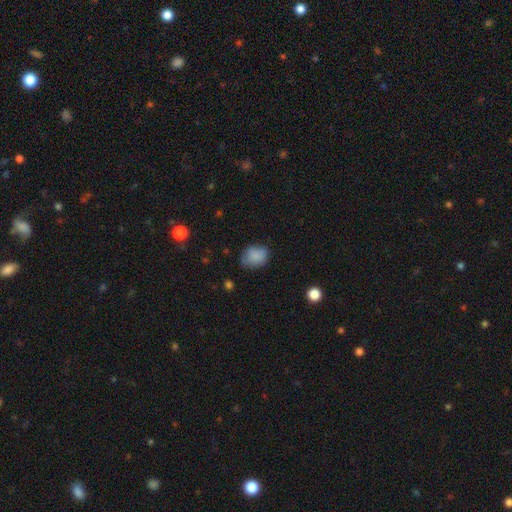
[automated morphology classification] A smooth galaxy with no disk features (85%) that is in between round and cigar-shaped (56%).

Vote fractions:
- Smooth or featured? smooth: 85% / star or artifact: 9% / featured or disk: 7%
- How rounded? in between: 56% / round: 43% / cigar-shaped: 1%
- Merging? none: 66% / minor disturbance: 26% / major disturbance: 6% / merger: 2%